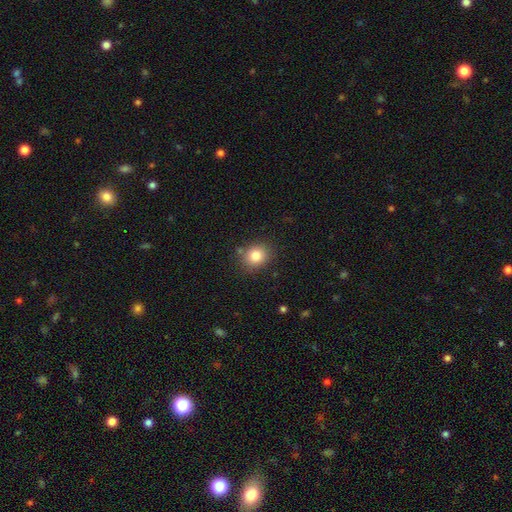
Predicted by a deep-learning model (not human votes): Smooth or featured? smooth (82%)
How rounded? round (76%)
Merging? none (83%)